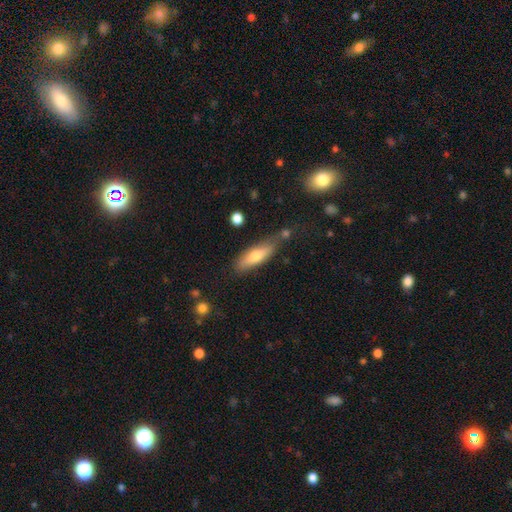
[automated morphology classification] Overall: smooth (65%; featured or disk 28%). How rounded: cigar-shaped (52%; in between 45%). Merging: none (68%).